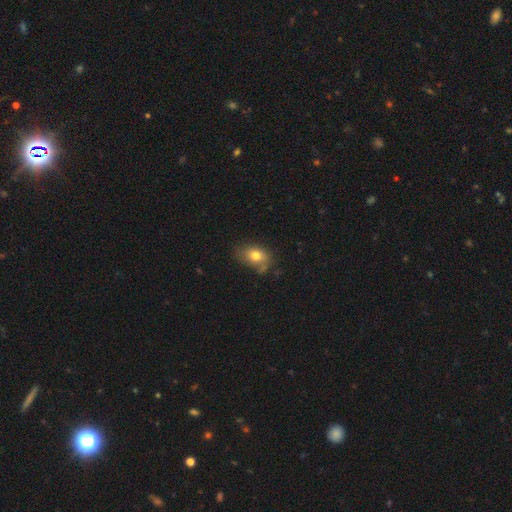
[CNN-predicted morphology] Overall: smooth (77%). How rounded: in between (70%). Merging: none (55%; minor disturbance 28%).